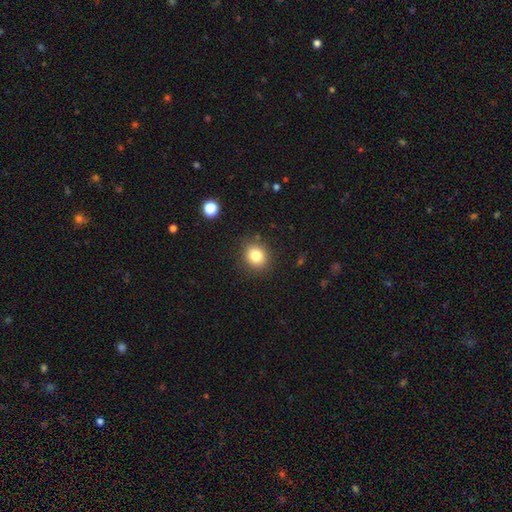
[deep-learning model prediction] smooth_or_featured: smooth (p=0.81) [alt: star or artifact p=0.11]
how_rounded: round (p=0.74) [alt: in between p=0.25]
merging: none (p=0.87) [alt: minor disturbance p=0.09]